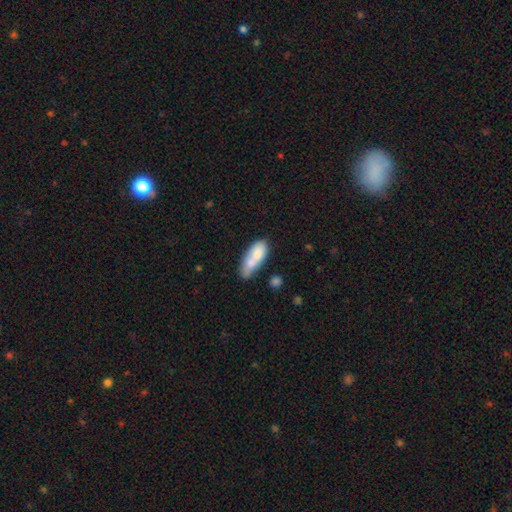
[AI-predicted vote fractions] Smooth or featured: smooth — 72% (featured or disk — 21%)
How rounded: in between — 74% (cigar-shaped — 23%)
Merging: merger — 37% (none — 35%)